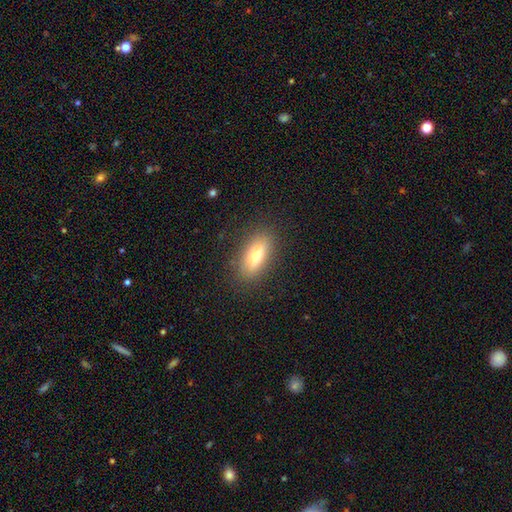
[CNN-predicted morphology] smooth_or_featured: smooth (p=0.73) [alt: featured or disk p=0.18]
how_rounded: in between (p=0.73) [alt: cigar-shaped p=0.23]
merging: none (p=0.87) [alt: minor disturbance p=0.09]